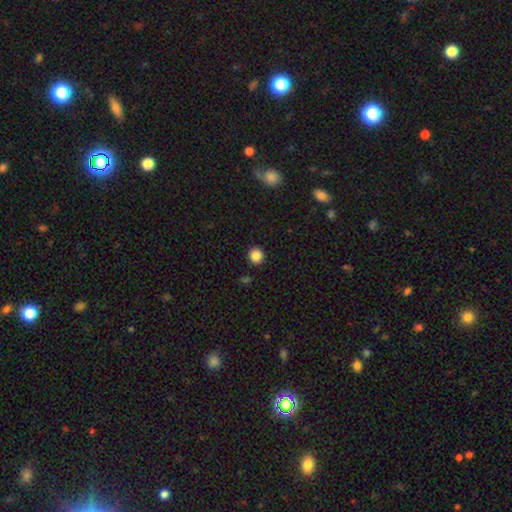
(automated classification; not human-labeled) This is clearly a smooth galaxy (86%). How rounded: clearly round (89%). Merging: clearly none (91%).